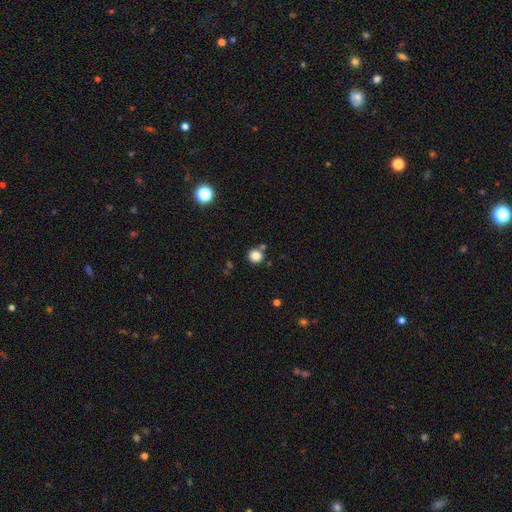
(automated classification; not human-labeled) The model was most divided on "merging": none: 77%, merger: 11%, minor disturbance: 9%, major disturbance: 3%. More confident: how rounded — round (91%); smooth or featured — smooth (84%).